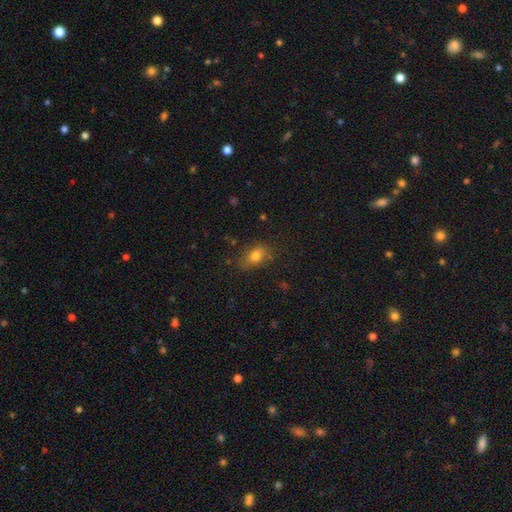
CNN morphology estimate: Smooth or featured?
  - smooth: 79% *
  - star or artifact: 11%
  - featured or disk: 11%
How rounded?
  - in between: 78% *
  - round: 19%
  - cigar-shaped: 3%
Merging?
  - none: 73% *
  - minor disturbance: 19%
  - major disturbance: 6%
  - merger: 2%